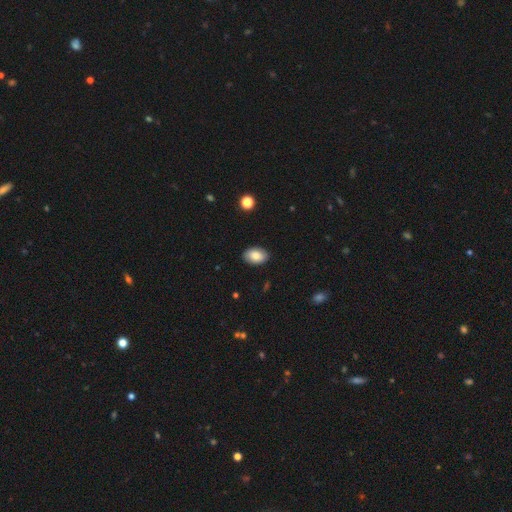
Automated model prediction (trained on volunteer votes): Q: Smooth or featured?
A: smooth (83%); runner-up: featured or disk (9%)
Q: How rounded?
A: in between (89%); runner-up: round (10%)
Q: Merging?
A: none (89%); runner-up: minor disturbance (8%)